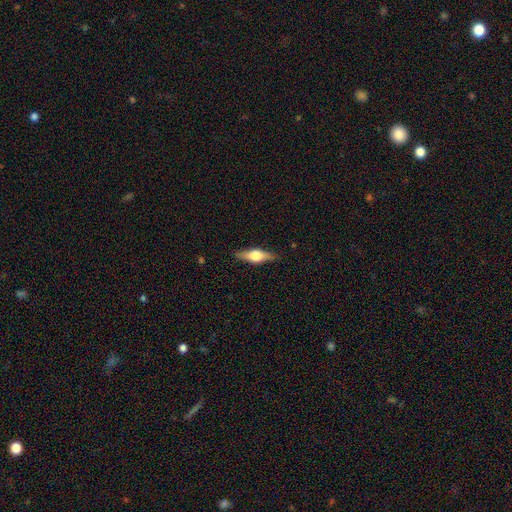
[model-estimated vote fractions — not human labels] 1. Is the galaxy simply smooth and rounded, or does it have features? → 57% featured or disk, 37% smooth, 6% star or artifact.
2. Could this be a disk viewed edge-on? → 94% yes, 6% no.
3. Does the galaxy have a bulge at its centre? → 93% rounded, 6% boxy, 2% none.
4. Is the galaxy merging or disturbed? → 87% none, 10% minor disturbance, 2% major disturbance, 1% merger.